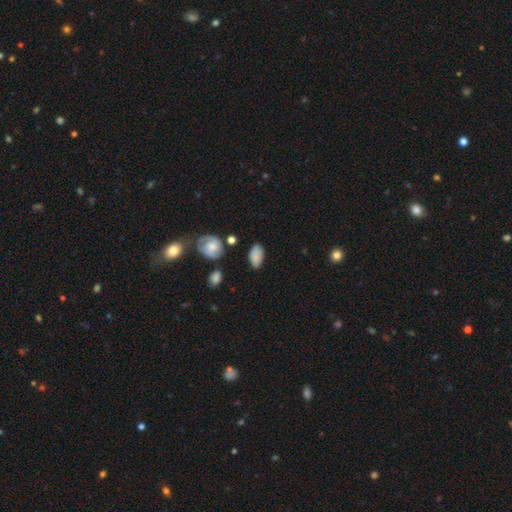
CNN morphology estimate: Q: Smooth or featured?
A: smooth (79%); runner-up: featured or disk (13%)
Q: How rounded?
A: in between (92%); runner-up: round (6%)
Q: Merging?
A: none (72%); runner-up: minor disturbance (18%)